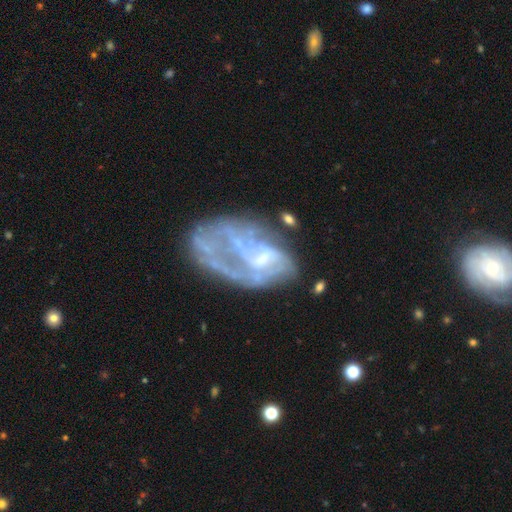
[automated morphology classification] Smooth or featured: featured or disk — 72% (smooth — 18%)
Edge-on disk: no — 97% (yes — 3%)
Bar: no — 63% (weak — 29%)
Spiral arms: yes — 53% (no — 47%)
Bulge size: none — 42% (small — 37%)
Merging: major disturbance — 37% (none — 33%)